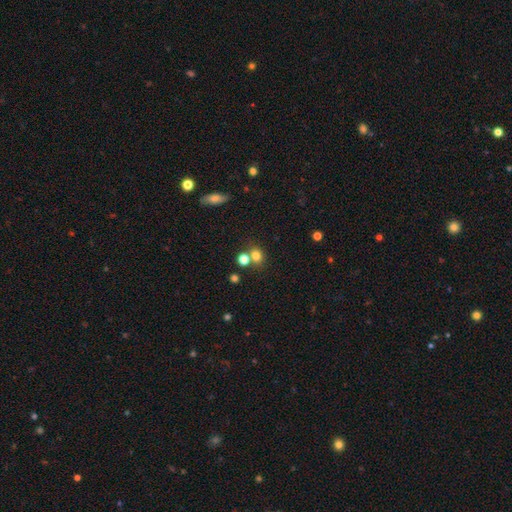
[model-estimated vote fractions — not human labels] The model was most divided on "merging": none: 58%, merger: 29%, minor disturbance: 10%, major disturbance: 4%. More confident: smooth or featured — smooth (76%); how rounded — round (69%).